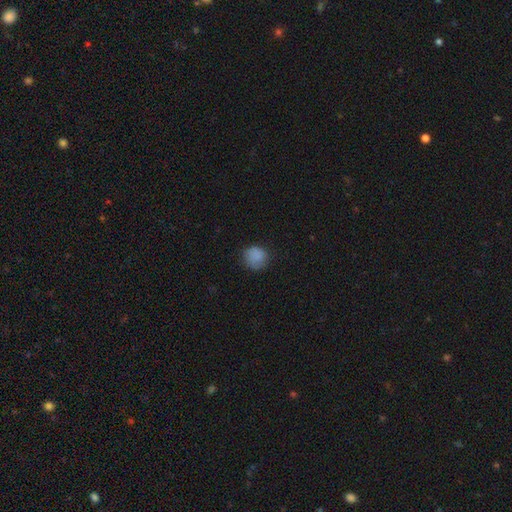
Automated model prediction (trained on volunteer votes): The model was most divided on "merging": none: 74%, minor disturbance: 20%, major disturbance: 5%, merger: 1%. More confident: how rounded — round (86%); smooth or featured — smooth (85%).